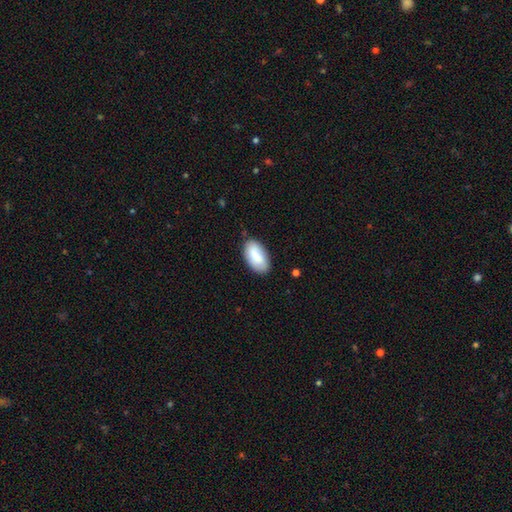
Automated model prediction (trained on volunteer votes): A smooth galaxy with no disk features (84%) that is in between round and cigar-shaped (95%). Merging: none (79%).